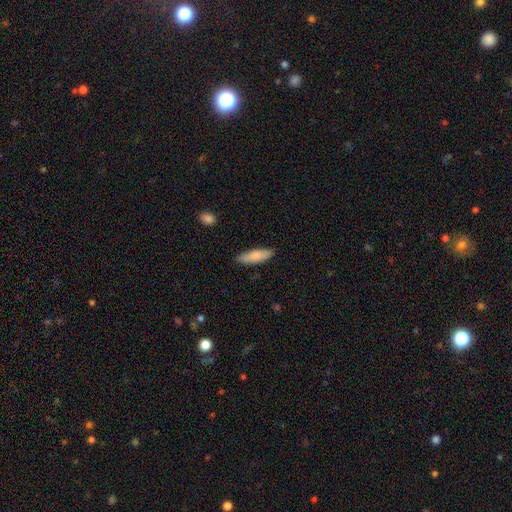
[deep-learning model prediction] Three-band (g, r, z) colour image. It shows a smooth galaxy with no disk features (83%) that is cigar-shaped (52%). Merging: none (86%).